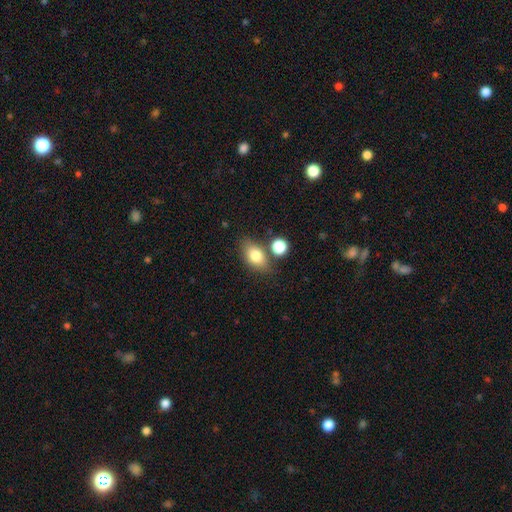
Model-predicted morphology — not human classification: Smooth or featured? smooth (79%)
How rounded? in between (82%)
Merging? none (69%)